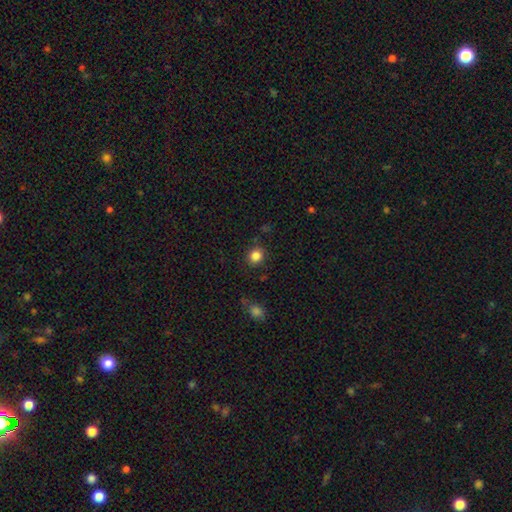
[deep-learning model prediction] Q: Smooth or featured?
A: smooth (84%); runner-up: star or artifact (11%)
Q: How rounded?
A: round (85%); runner-up: in between (14%)
Q: Merging?
A: none (86%); runner-up: minor disturbance (9%)